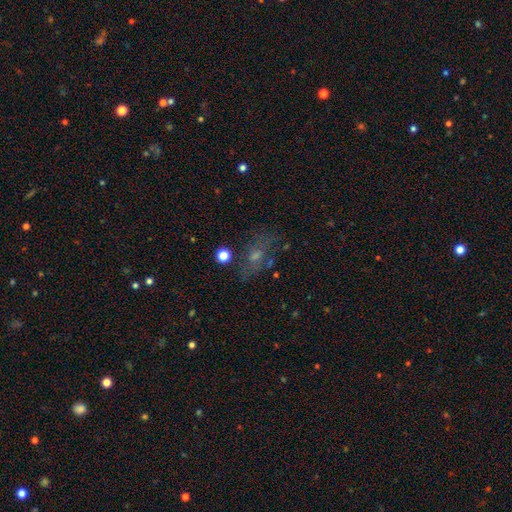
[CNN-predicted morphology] smooth 40%, featured or disk 37%, star or artifact 22%. Down the decision tree: merging — none (60%).